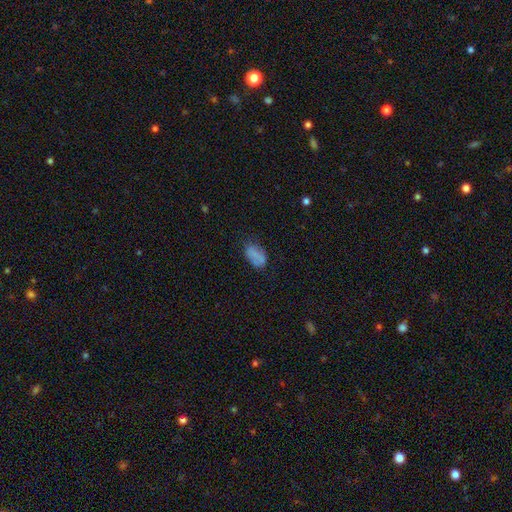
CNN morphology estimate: This appears to be a smooth galaxy with no disk features (76%) that is in between round and cigar-shaped (92%). Merging: none (60%).